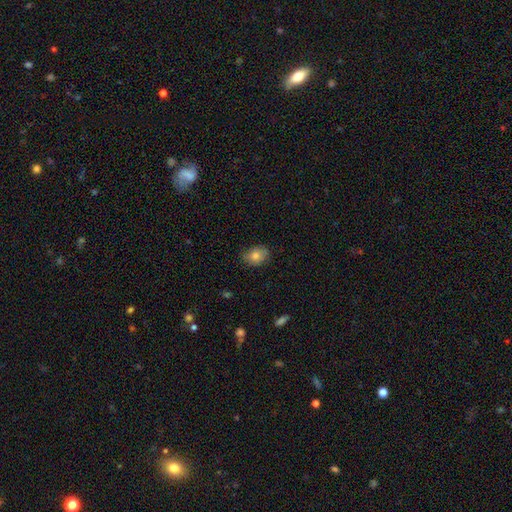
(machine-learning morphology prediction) Smooth or featured?
  - smooth: 78% *
  - featured or disk: 13%
  - star or artifact: 9%
How rounded?
  - in between: 53% *
  - round: 45%
  - cigar-shaped: 1%
Merging?
  - none: 76% *
  - minor disturbance: 19%
  - major disturbance: 4%
  - merger: 1%